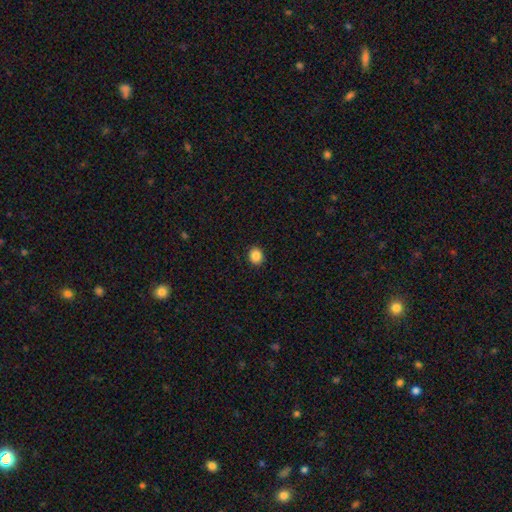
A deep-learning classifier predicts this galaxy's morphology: Smooth or featured: smooth — 87% (star or artifact — 10%)
How rounded: round — 73% (in between — 26%)
Merging: none — 92% (minor disturbance — 5%)